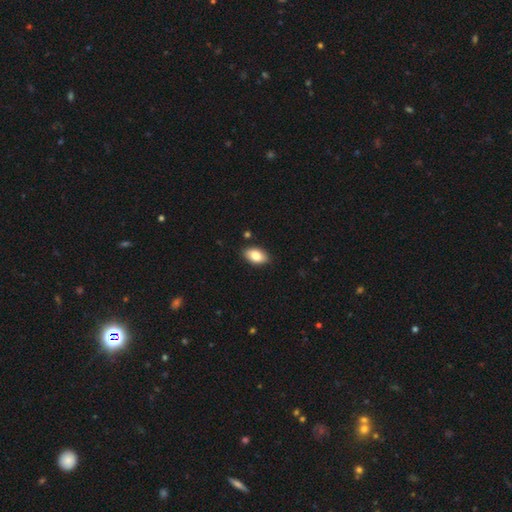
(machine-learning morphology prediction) Smooth or featured? smooth (82%)
How rounded? in between (92%)
Merging? none (88%)